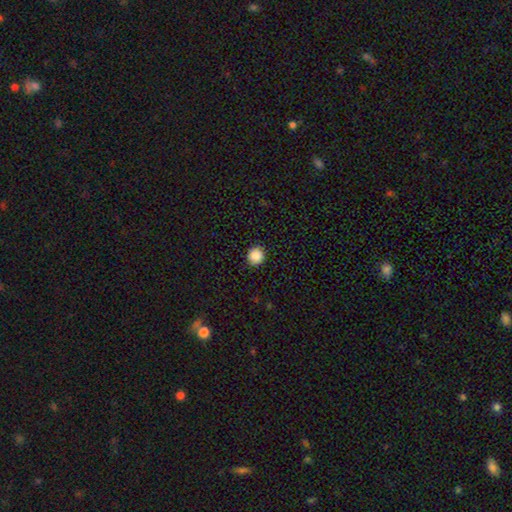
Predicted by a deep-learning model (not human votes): Overall: smooth (87%). How rounded: round (91%). Merging: none (91%).